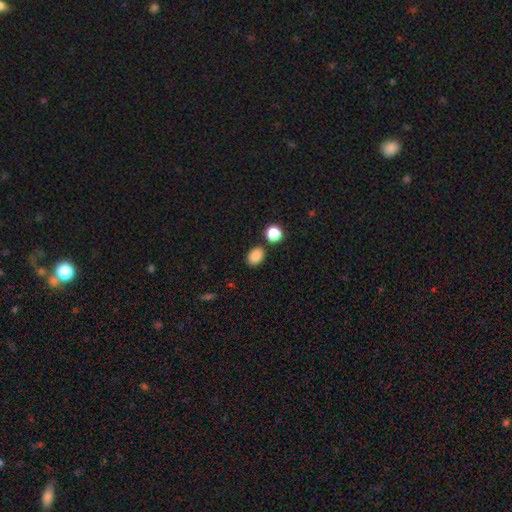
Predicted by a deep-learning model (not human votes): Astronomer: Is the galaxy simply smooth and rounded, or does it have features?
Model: smooth — 87%.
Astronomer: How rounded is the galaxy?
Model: in between — 73%.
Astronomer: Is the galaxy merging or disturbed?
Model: none — 81%.